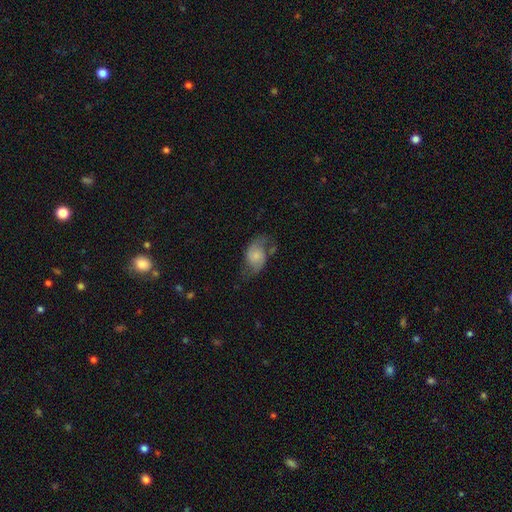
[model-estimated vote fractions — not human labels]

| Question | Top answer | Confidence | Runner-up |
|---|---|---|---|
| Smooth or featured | featured or disk | 57% | smooth (35%) |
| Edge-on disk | no | 96% | yes (4%) |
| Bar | no | 70% | weak (26%) |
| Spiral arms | yes | 86% | no (14%) |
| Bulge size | small | 48% | moderate (26%) |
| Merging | none | 53% | minor disturbance (25%) |